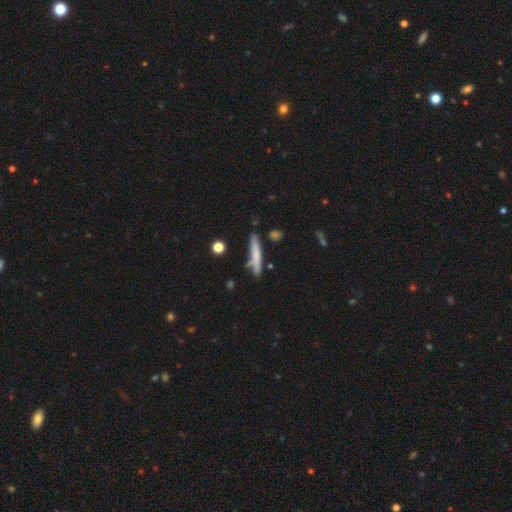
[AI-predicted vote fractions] A smooth galaxy with no disk features (68%) that is cigar-shaped (92%).

Vote fractions:
- Smooth or featured? smooth: 68% / featured or disk: 25% / star or artifact: 7%
- How rounded? cigar-shaped: 92% / in between: 6% / round: 2%
- Merging? none: 75% / minor disturbance: 15% / merger: 7% / major disturbance: 3%